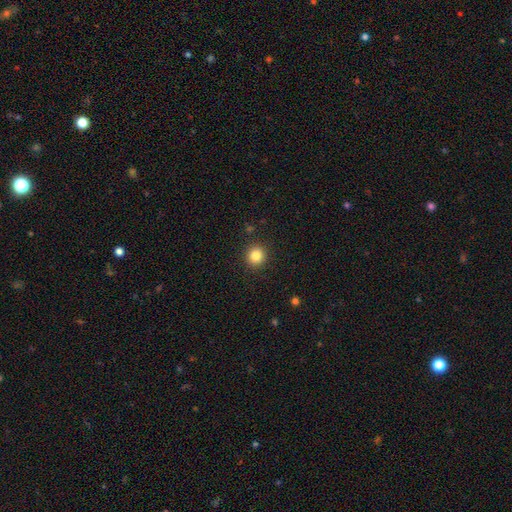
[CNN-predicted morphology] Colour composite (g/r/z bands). It shows a smooth galaxy with no disk features (83%) that is round (92%). Merging: none (91%).